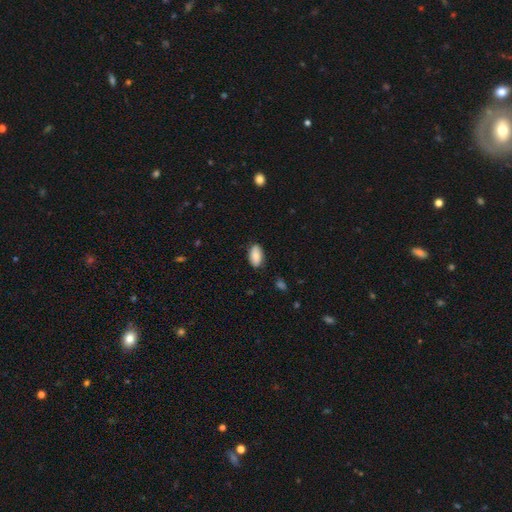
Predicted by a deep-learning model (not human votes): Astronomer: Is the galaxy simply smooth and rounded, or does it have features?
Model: smooth — 85%.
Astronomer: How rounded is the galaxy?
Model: in between — 94%.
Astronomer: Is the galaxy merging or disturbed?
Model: none — 82%.